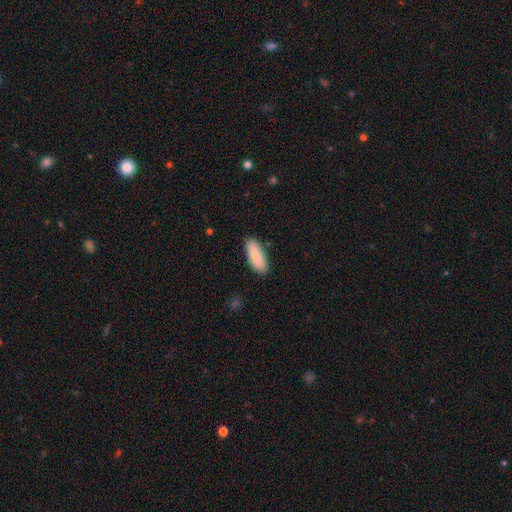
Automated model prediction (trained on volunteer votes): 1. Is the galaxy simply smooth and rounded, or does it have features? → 85% smooth, 9% featured or disk, 6% star or artifact.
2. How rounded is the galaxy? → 74% in between, 24% cigar-shaped, 2% round.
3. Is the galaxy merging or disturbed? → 86% none, 11% minor disturbance, 2% major disturbance, 1% merger.